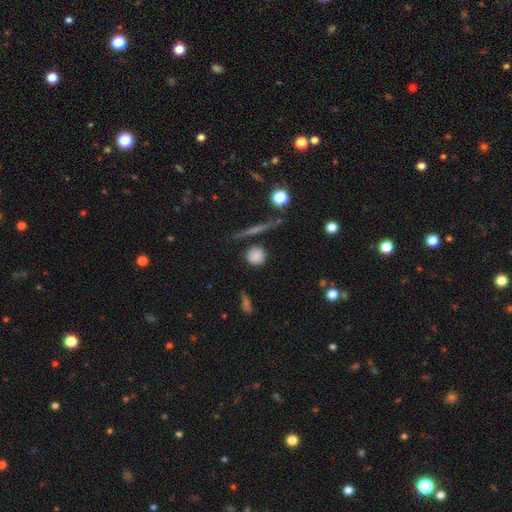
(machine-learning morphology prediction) The model was most divided on "merging": none: 80%, minor disturbance: 12%, merger: 4%, major disturbance: 4%. More confident: how rounded — round (90%); smooth or featured — smooth (79%).